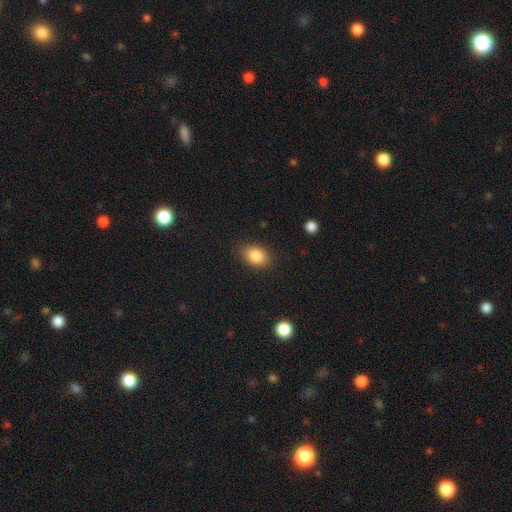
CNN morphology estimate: smooth 86%, star or artifact 8%, featured or disk 6%. Down the decision tree: how rounded — in between (80%); merging — none (85%).